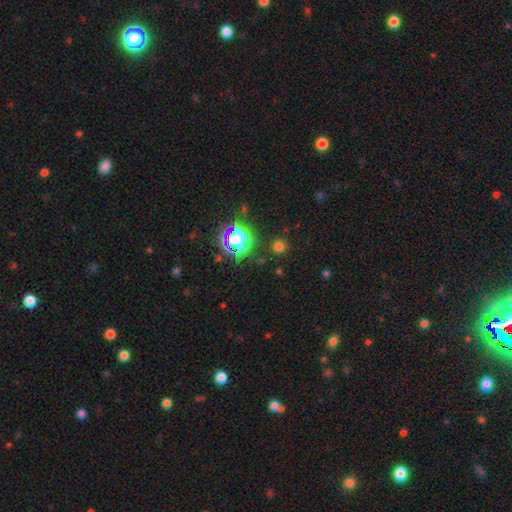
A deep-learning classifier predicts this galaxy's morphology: Smooth or featured? star or artifact (74%)